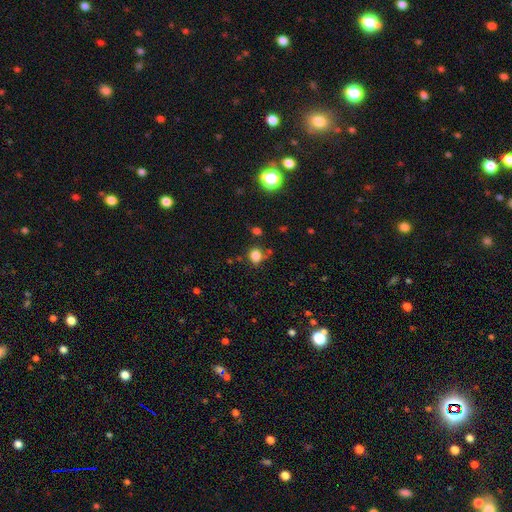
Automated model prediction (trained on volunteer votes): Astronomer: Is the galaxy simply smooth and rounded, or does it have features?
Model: smooth — 81%.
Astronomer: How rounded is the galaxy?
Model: round — 67%.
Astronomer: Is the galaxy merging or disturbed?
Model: none — 74%.